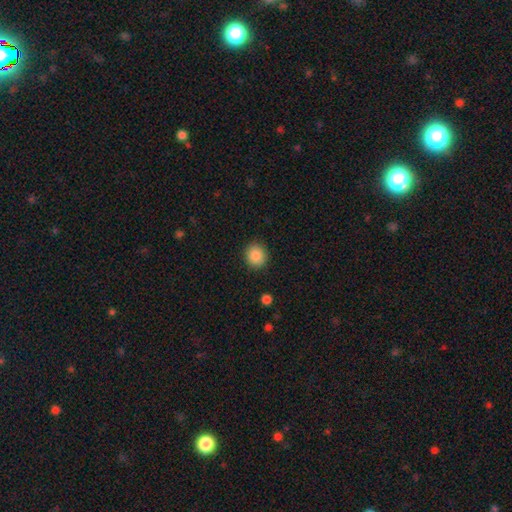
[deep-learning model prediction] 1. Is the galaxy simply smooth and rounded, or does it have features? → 87% smooth, 9% star or artifact, 4% featured or disk.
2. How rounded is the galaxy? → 84% round, 15% in between, 1% cigar-shaped.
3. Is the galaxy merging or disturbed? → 90% none, 6% minor disturbance, 2% major disturbance, 1% merger.